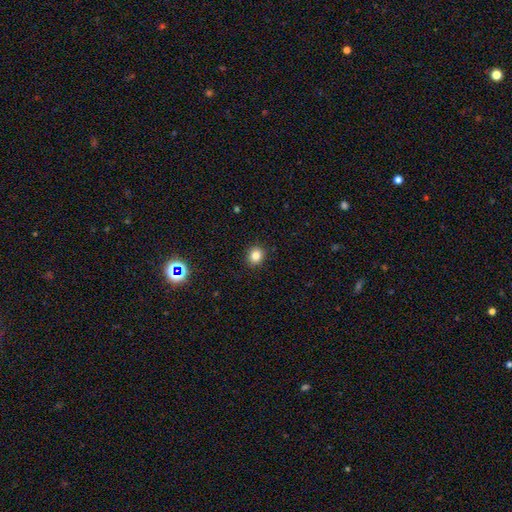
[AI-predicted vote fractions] The model was most divided on "how rounded": round: 77%, in between: 22%, cigar-shaped: 1%. More confident: merging — none (91%); smooth or featured — smooth (82%).